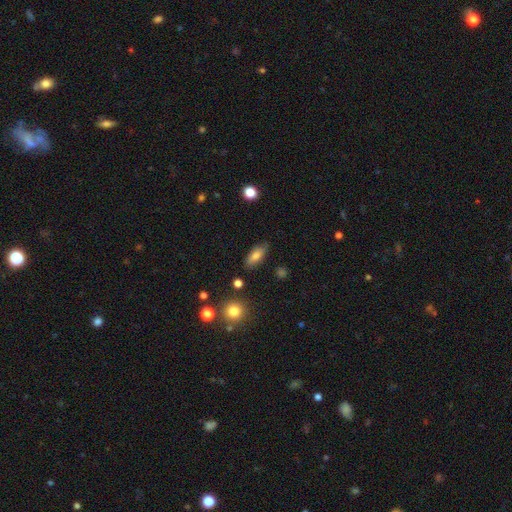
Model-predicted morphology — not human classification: type=smooth (74%); roundness=in between (75%); merging=none (81%).